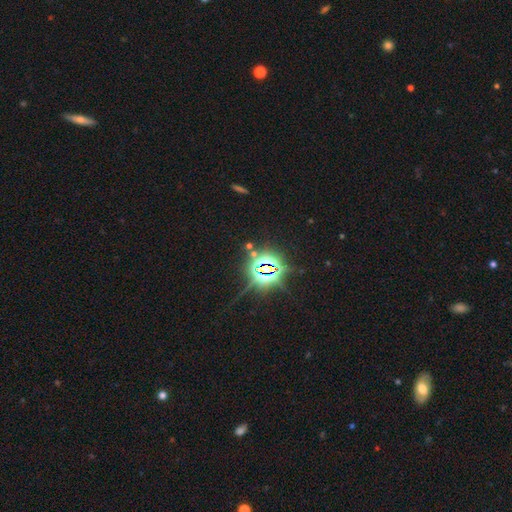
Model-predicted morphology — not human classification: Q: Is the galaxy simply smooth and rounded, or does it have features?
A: star or artifact — 85%.